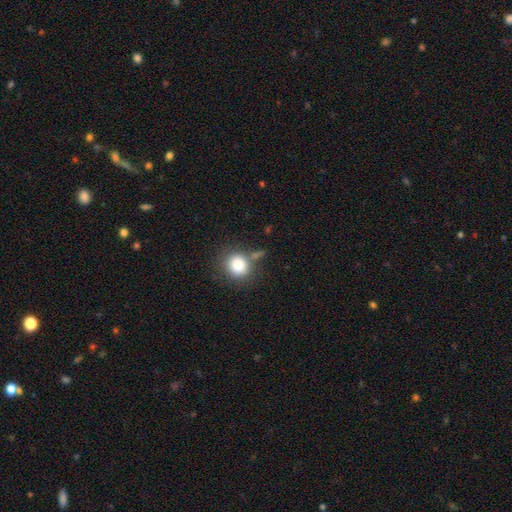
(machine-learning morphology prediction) type=smooth (82%); roundness=round (81%); merging=none (70%).